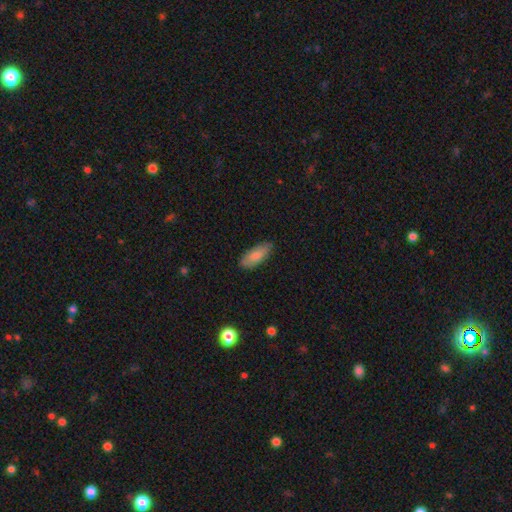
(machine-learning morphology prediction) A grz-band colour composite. It shows a smooth galaxy with no disk features (81%) that is in between round and cigar-shaped (78%). Merging: none (83%).